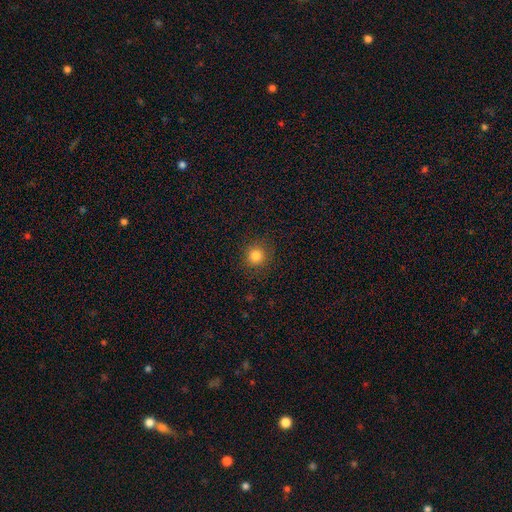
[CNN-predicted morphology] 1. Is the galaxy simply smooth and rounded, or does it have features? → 83% smooth, 12% star or artifact, 5% featured or disk.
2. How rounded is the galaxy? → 92% round, 7% in between, 1% cigar-shaped.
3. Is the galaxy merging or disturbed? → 89% none, 7% minor disturbance, 3% major disturbance, 1% merger.